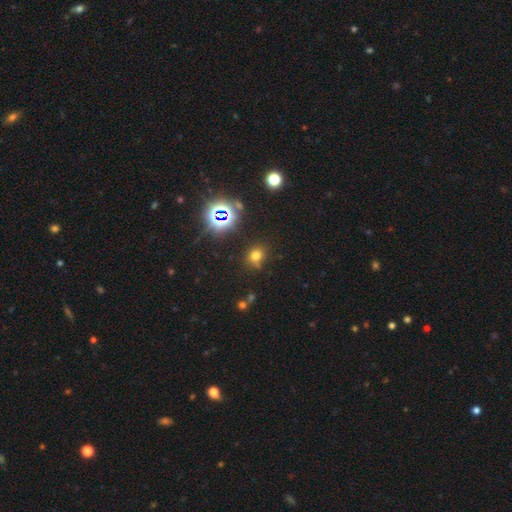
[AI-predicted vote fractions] A smooth galaxy with no disk features (64%) that is round (74%).

Vote fractions:
- Smooth or featured? smooth: 64% / star or artifact: 28% / featured or disk: 8%
- How rounded? round: 74% / in between: 25% / cigar-shaped: 1%
- Merging? none: 71% / minor disturbance: 16% / merger: 7% / major disturbance: 6%